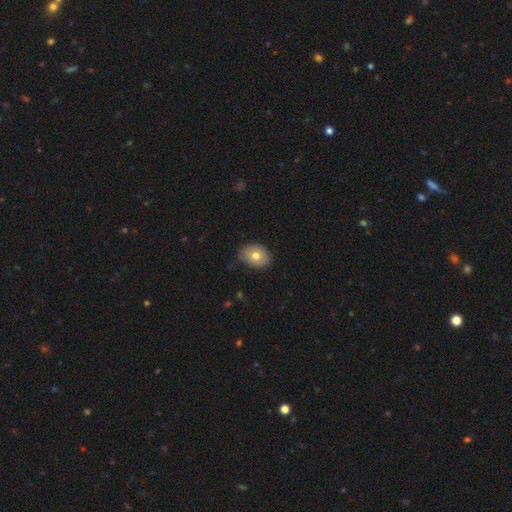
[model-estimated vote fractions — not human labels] This is likely a smooth galaxy (72%). How rounded: likely in between (62%). Merging: likely none (72%).